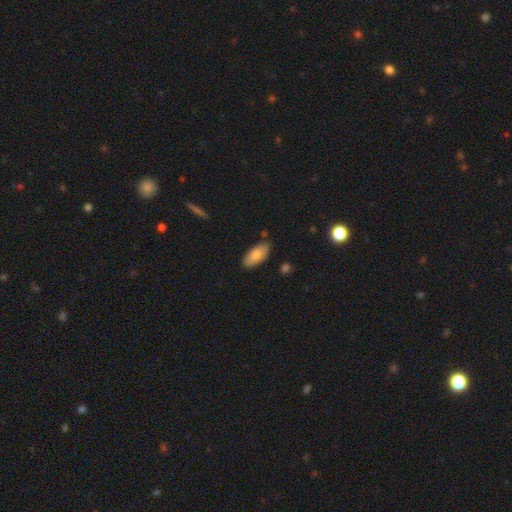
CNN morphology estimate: Smooth or featured? smooth (83%)
How rounded? in between (88%)
Merging? none (81%)